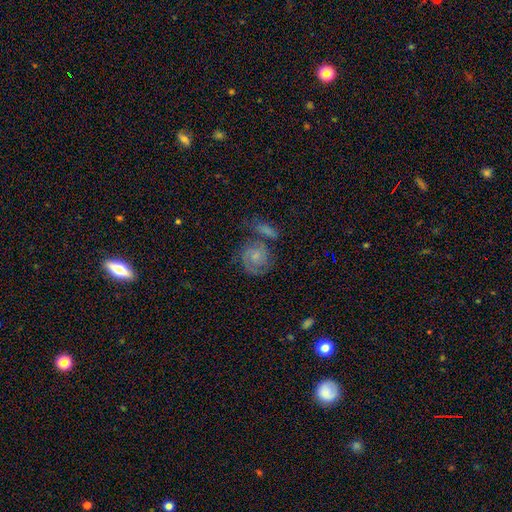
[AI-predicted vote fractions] smooth_or_featured: featured or disk (p=0.69) [alt: smooth p=0.23]
disk_edge_on: no (p=0.97) [alt: yes p=0.03]
bar: no (p=0.70) [alt: weak p=0.26]
has_spiral_arms: yes (p=0.92) [alt: no p=0.08]
spiral_winding: tight (p=0.55) [alt: medium p=0.35]
spiral_arm_count: 2 (p=0.65) [alt: can't tell p=0.16]
bulge_size: small (p=0.59) [alt: moderate p=0.27]
merging: none (p=0.52) [alt: merger p=0.22]